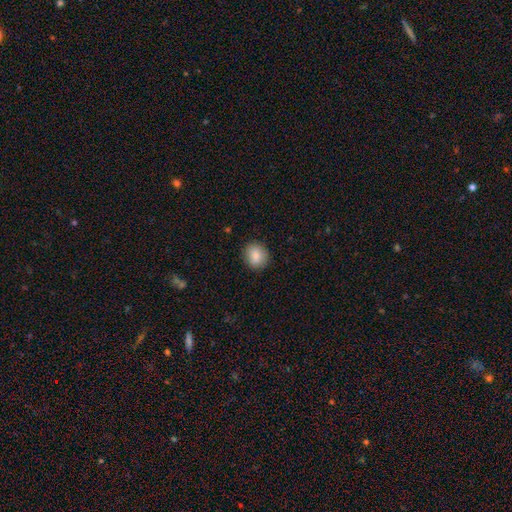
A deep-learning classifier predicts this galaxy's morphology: A smooth galaxy with no disk features (87%) that is round (73%). Merging: none (88%).